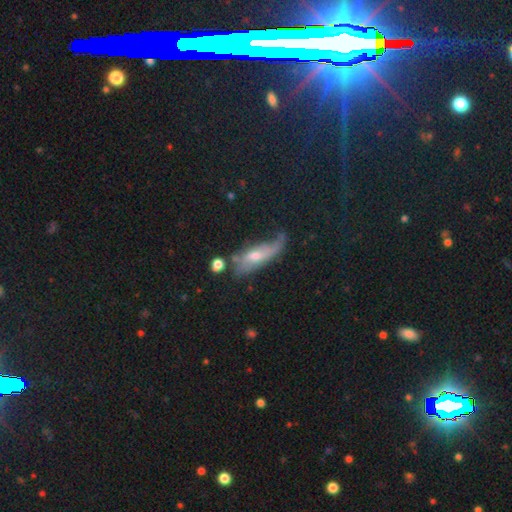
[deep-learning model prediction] A featured or disk galaxy (50%). Merging: none (36%).